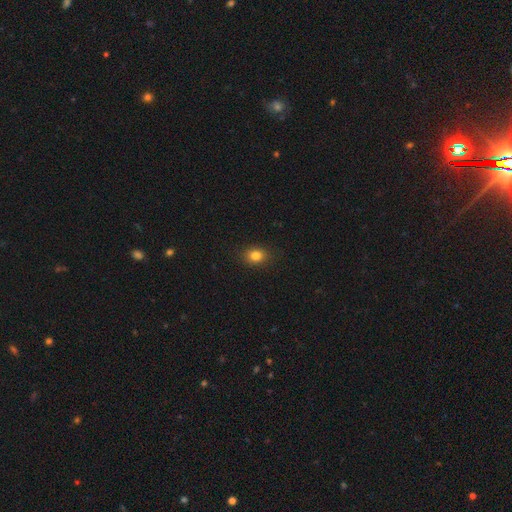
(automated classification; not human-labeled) Smooth or featured? Predicted: smooth (p=0.81). How rounded? Predicted: round (p=0.51). Merging? Predicted: none (p=0.88).